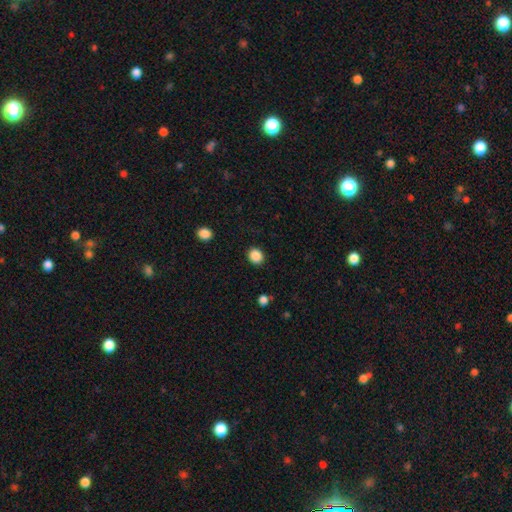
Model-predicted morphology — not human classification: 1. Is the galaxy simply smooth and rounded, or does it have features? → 88% smooth, 9% star or artifact, 3% featured or disk.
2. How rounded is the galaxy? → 72% round, 27% in between, 1% cigar-shaped.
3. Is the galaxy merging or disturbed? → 90% none, 6% minor disturbance, 2% major disturbance, 1% merger.